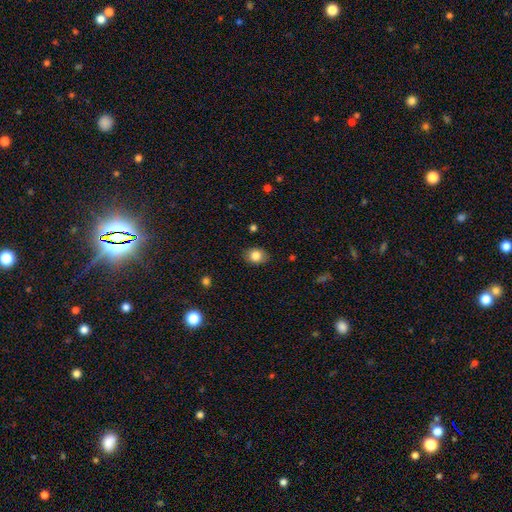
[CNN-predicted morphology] The model was most divided on "how rounded": in between: 58%, round: 41%, cigar-shaped: 1%. More confident: merging — none (85%); smooth or featured — smooth (83%).